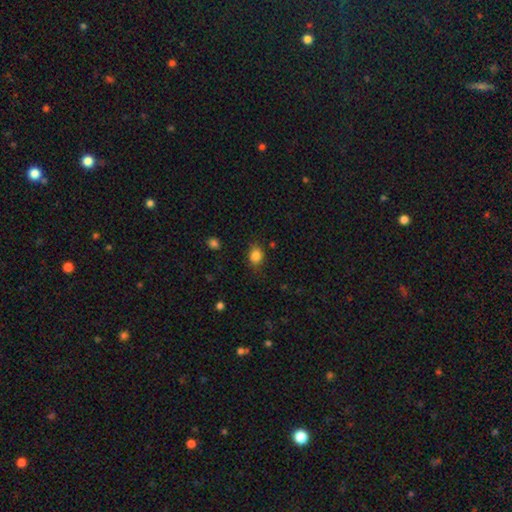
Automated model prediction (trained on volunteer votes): Overall: smooth (85%). How rounded: in between (51%; round 47%). Merging: none (78%).